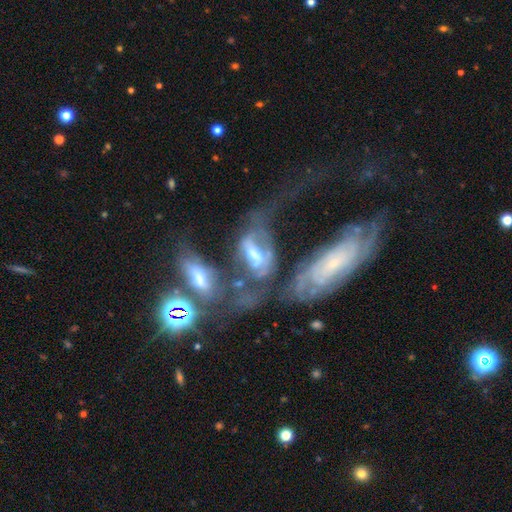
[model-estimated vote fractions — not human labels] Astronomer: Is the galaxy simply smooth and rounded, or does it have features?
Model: featured or disk — 69%.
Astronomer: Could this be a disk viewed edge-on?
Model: no — 87%.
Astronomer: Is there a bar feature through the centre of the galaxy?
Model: no — 42% (runner-up: weak, 34%).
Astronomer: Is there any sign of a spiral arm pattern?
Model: yes — 60% (runner-up: no, 40%).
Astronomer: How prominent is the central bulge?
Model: moderate — 44% (runner-up: small, 30%).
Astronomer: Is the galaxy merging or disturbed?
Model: merger — 42% (runner-up: major disturbance, 25%).